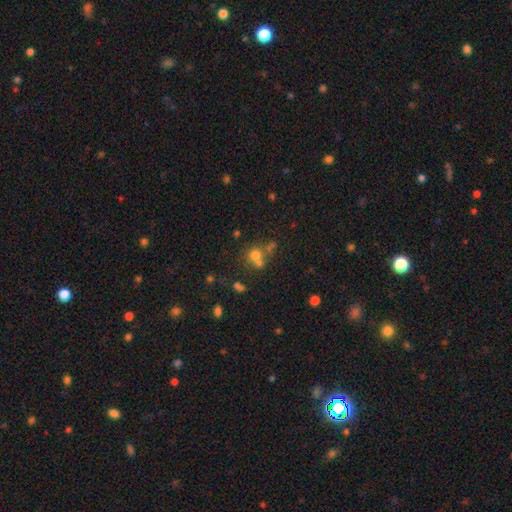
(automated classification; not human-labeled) Q: Smooth or featured?
A: smooth (66%); runner-up: star or artifact (19%)
Q: How rounded?
A: round (82%); runner-up: in between (17%)
Q: Merging?
A: none (44%); runner-up: merger (40%)